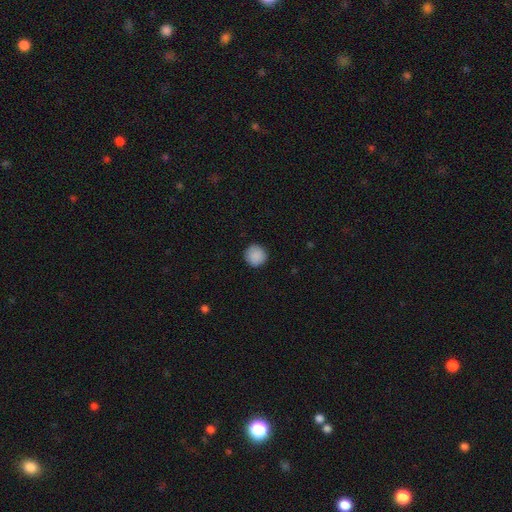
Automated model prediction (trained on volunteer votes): A smooth galaxy with no disk features (90%) that is round (95%). Merging: none (91%).